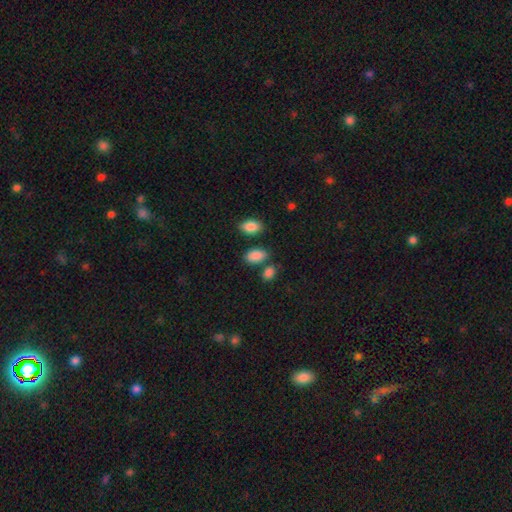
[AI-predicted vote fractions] Smooth or featured? Predicted: smooth (p=0.88). How rounded? Predicted: in between (p=0.92). Merging? Predicted: none (p=0.71).